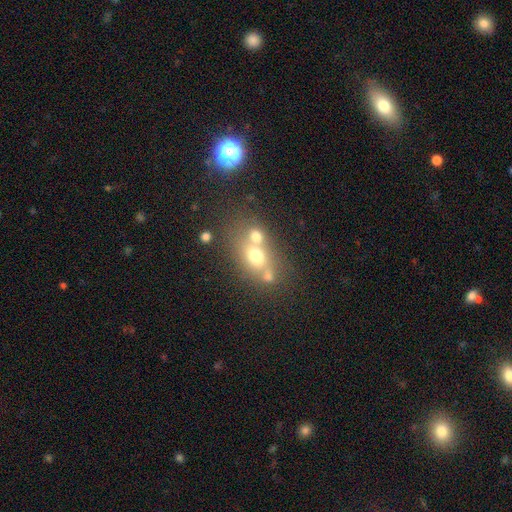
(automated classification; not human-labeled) Morphology: type=smooth (61%); roundness=in between (59%); merging=merger (48%).